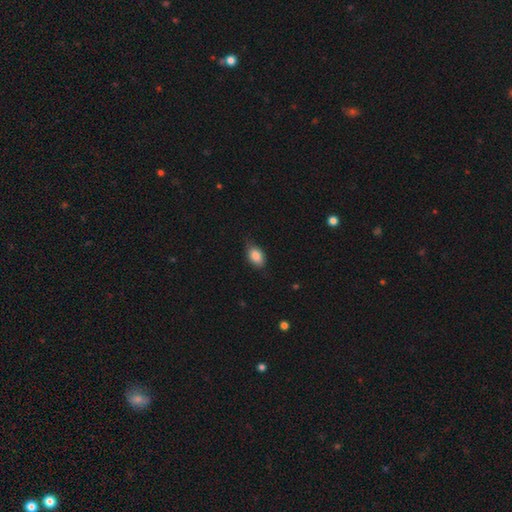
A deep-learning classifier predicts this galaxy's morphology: Overall: smooth (85%). How rounded: in between (87%). Merging: none (75%).